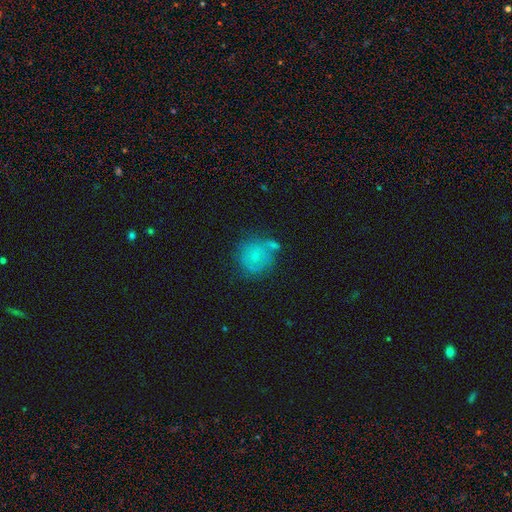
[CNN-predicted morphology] This appears to be a smooth galaxy with no disk features (62%) that is round (85%). Merging: none (54%).